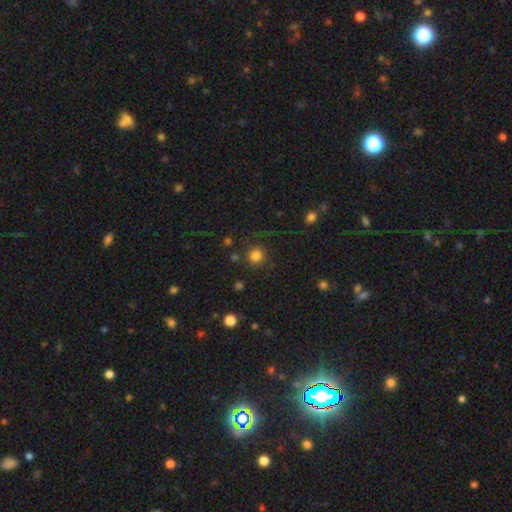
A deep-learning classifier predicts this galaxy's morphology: Q: Smooth or featured?
A: smooth (81%); runner-up: star or artifact (14%)
Q: How rounded?
A: round (93%); runner-up: in between (6%)
Q: Merging?
A: none (83%); runner-up: minor disturbance (9%)